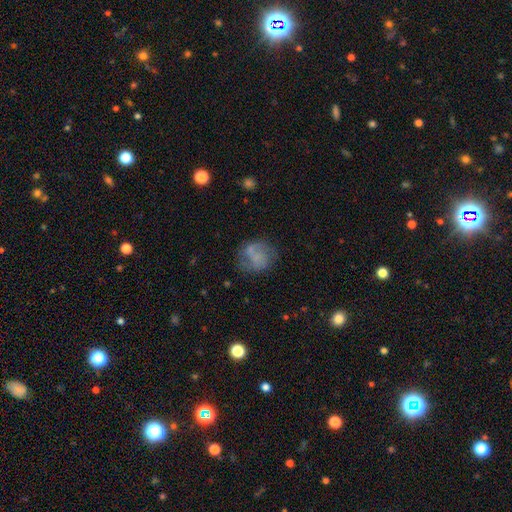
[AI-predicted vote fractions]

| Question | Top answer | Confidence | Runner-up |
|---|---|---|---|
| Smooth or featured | smooth | 47% | featured or disk (42%) |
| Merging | none | 59% | minor disturbance (23%) |